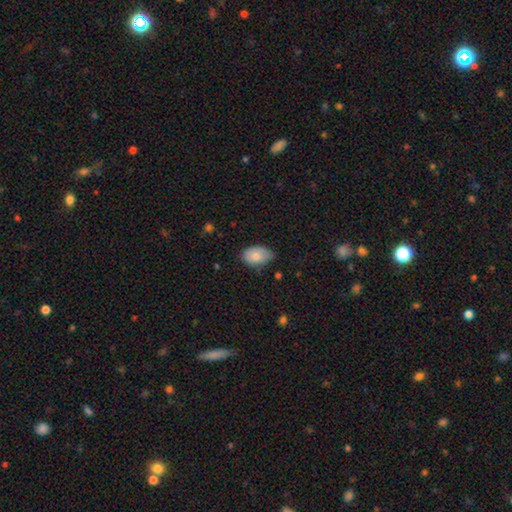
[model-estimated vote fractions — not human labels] Overall: smooth (78%). How rounded: in between (90%). Merging: none (60%; minor disturbance 33%).